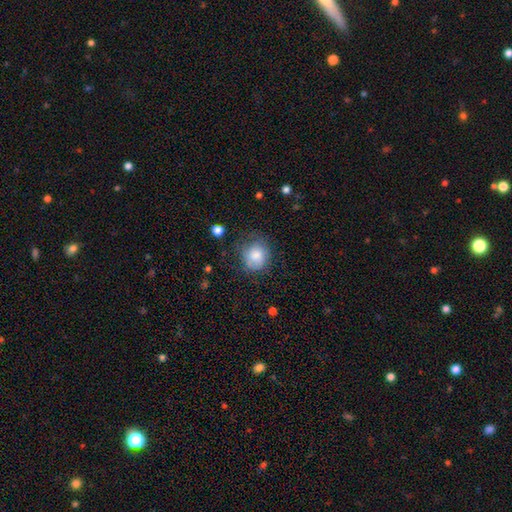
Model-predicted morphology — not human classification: A smooth galaxy with no disk features (80%) that is round (74%). Merging: none (60%).